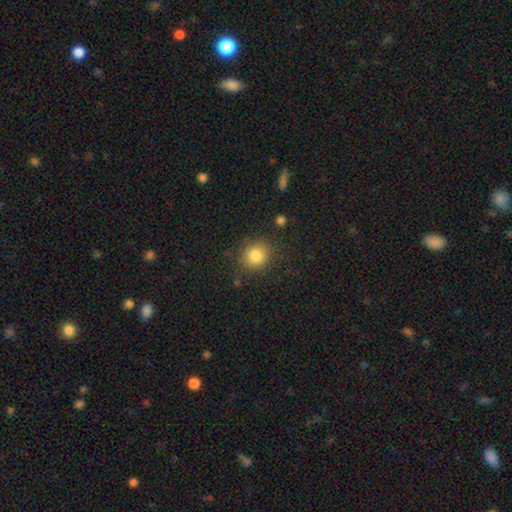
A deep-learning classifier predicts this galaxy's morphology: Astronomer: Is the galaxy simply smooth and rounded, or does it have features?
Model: smooth — 84%.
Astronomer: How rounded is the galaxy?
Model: round — 82%.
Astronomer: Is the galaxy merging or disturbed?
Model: none — 82%.